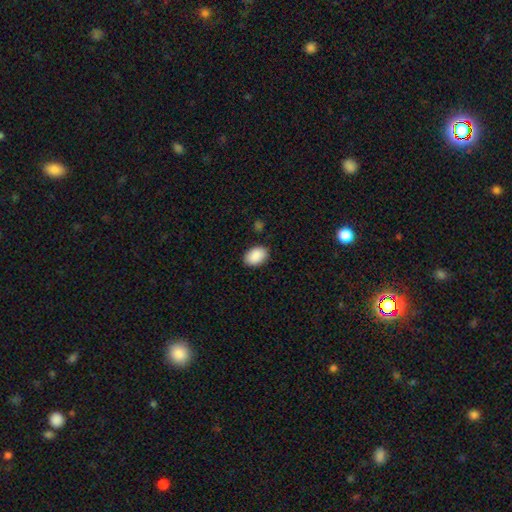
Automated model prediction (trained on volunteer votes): This appears to be a smooth galaxy with no disk features (90%) that is in between round and cigar-shaped (87%). Merging: none (87%).